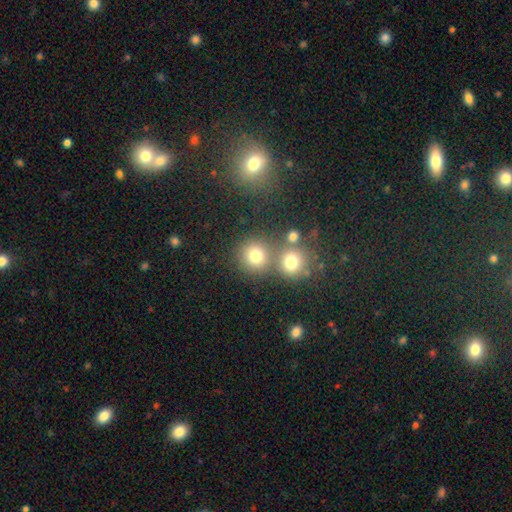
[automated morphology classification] The model was most divided on "merging": none: 61%, merger: 28%, minor disturbance: 8%, major disturbance: 4%. More confident: how rounded — round (88%); smooth or featured — smooth (76%).